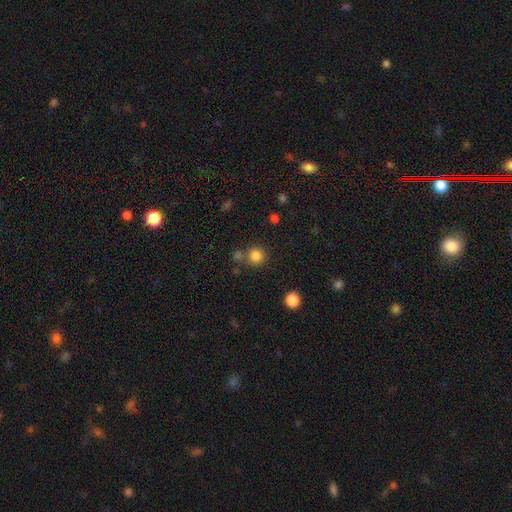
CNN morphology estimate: A smooth galaxy with no disk features (83%) that is round (92%). Merging: none (73%).